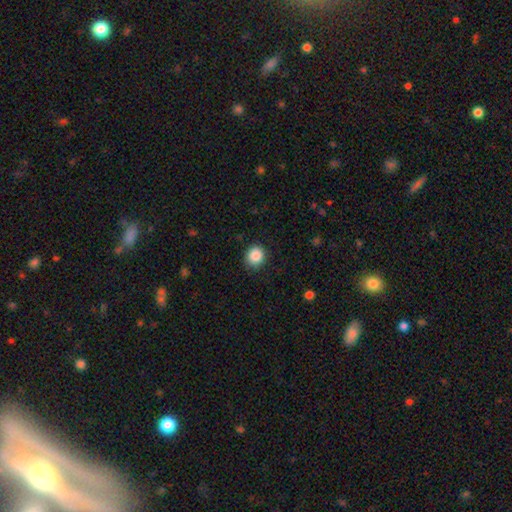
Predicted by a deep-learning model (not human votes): A smooth galaxy with no disk features (88%) that is round (82%).

Vote fractions:
- Smooth or featured? smooth: 88% / star or artifact: 9% / featured or disk: 3%
- How rounded? round: 82% / in between: 17% / cigar-shaped: 1%
- Merging? none: 88% / minor disturbance: 9% / major disturbance: 2% / merger: 1%